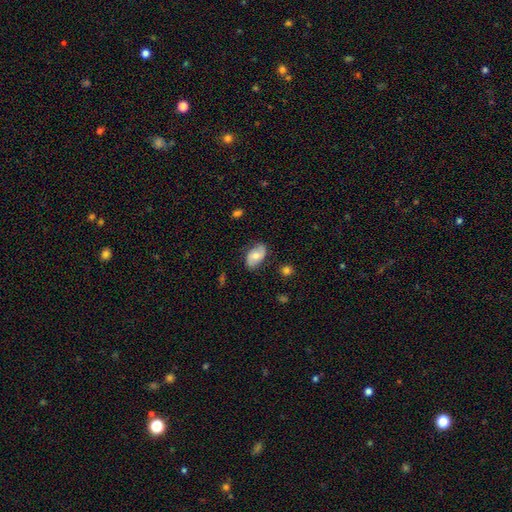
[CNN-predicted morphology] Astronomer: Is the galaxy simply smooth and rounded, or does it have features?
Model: smooth — 51% (runner-up: featured or disk, 42%).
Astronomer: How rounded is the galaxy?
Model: in between — 91%.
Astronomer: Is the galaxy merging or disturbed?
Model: none — 78%.